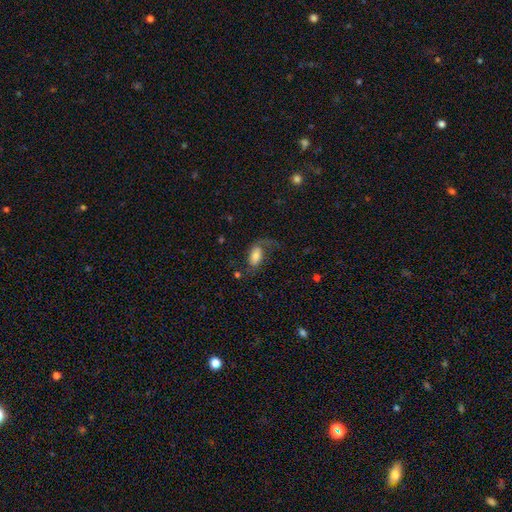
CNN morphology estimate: The model was most divided on "smooth or featured": featured or disk: 46%, smooth: 45%, star or artifact: 9%. Remaining: merging — none (46%).